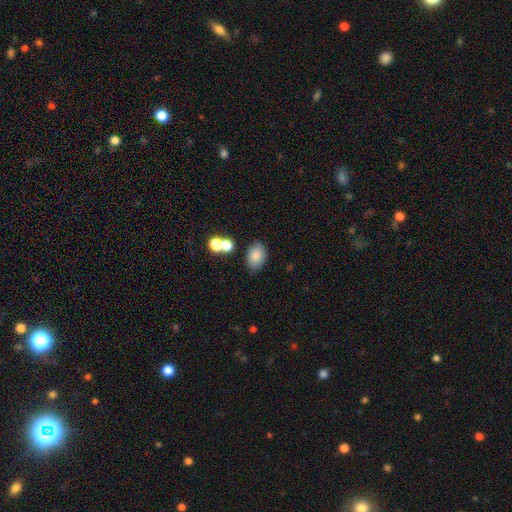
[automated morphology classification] Smooth or featured?
  - smooth: 82% *
  - star or artifact: 9%
  - featured or disk: 9%
How rounded?
  - in between: 81% *
  - round: 18%
  - cigar-shaped: 1%
Merging?
  - none: 75% *
  - minor disturbance: 13%
  - merger: 8%
  - major disturbance: 4%